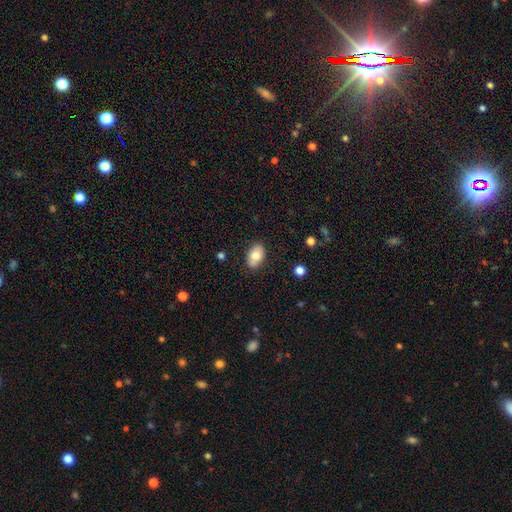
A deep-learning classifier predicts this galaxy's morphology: The model was most divided on "smooth or featured": smooth: 76%, featured or disk: 17%, star or artifact: 7%. More confident: how rounded — in between (88%); merging — none (83%).